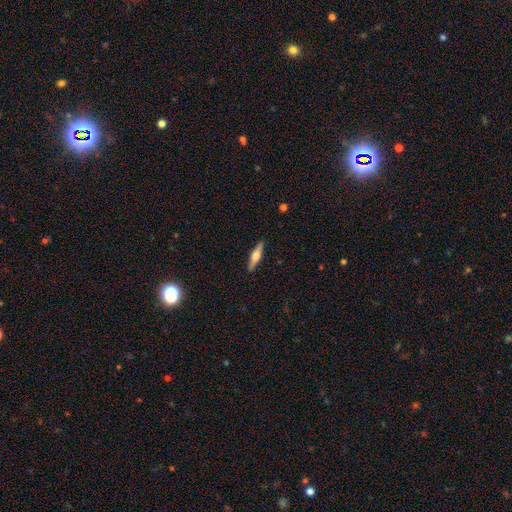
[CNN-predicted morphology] A featured or disk galaxy (59%) viewed edge-on (96%) with a rounded central bulge (91%). Merging: none (90%).